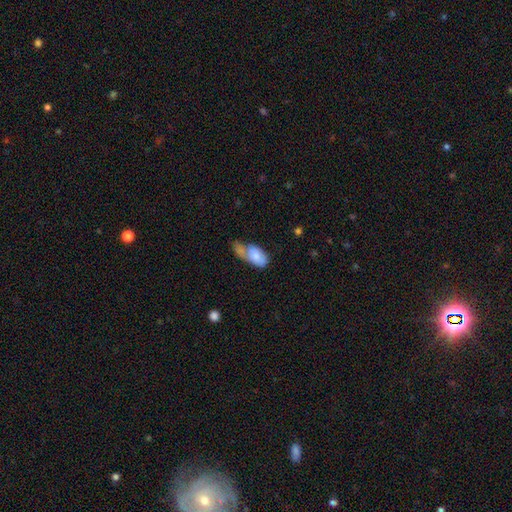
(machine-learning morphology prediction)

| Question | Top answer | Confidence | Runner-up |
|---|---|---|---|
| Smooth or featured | smooth | 74% | featured or disk (19%) |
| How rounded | in between | 92% | round (4%) |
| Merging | merger | 37% | minor disturbance (23%) |